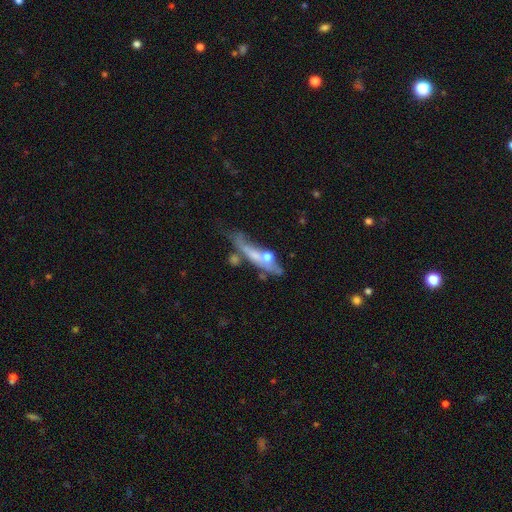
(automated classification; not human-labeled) This appears to be a featured or disk galaxy (59%) viewed edge-on (52%). Merging: none (30%).